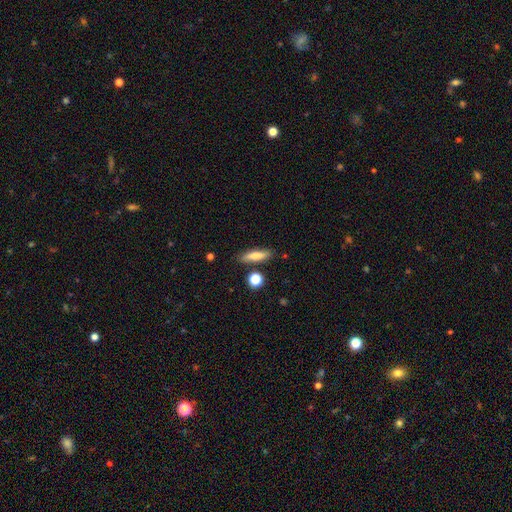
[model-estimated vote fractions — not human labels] Overall: smooth (72%). How rounded: cigar-shaped (71%). Merging: none (83%).